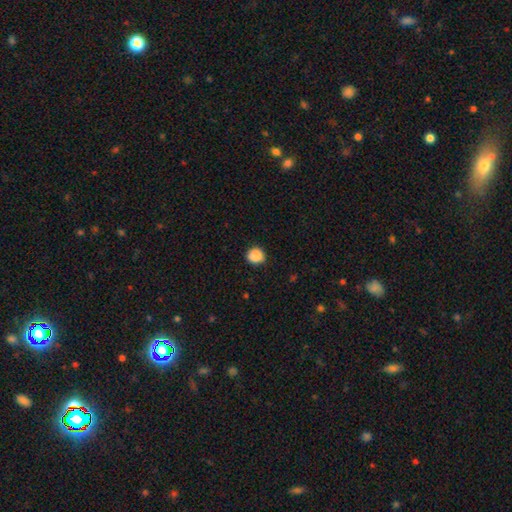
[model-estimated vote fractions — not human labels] This appears to be a smooth galaxy with no disk features (89%) that is round (83%). Merging: none (87%).